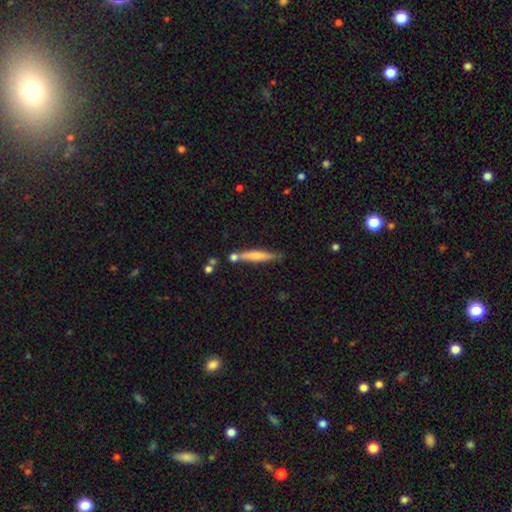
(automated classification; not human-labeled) smooth 61%, featured or disk 34%, star or artifact 6%. Down the decision tree: how rounded — cigar-shaped (93%); merging — none (71%).